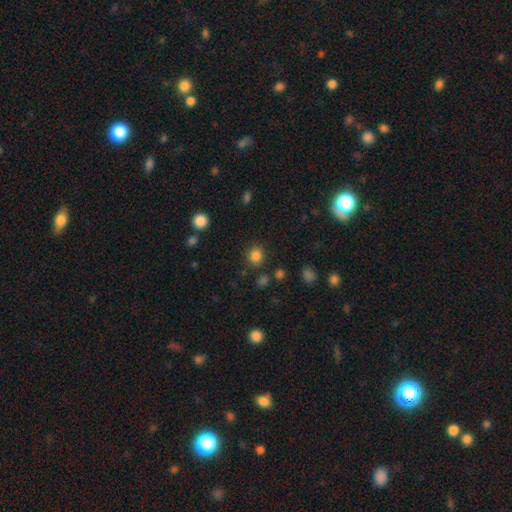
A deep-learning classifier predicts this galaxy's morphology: smooth-or-featured: smooth: 83% | star or artifact: 13% | featured or disk: 4%
  how-rounded: round: 82% | in between: 17% | cigar-shaped: 1%
  merging: none: 86% | minor disturbance: 8% | merger: 3% | major disturbance: 3%